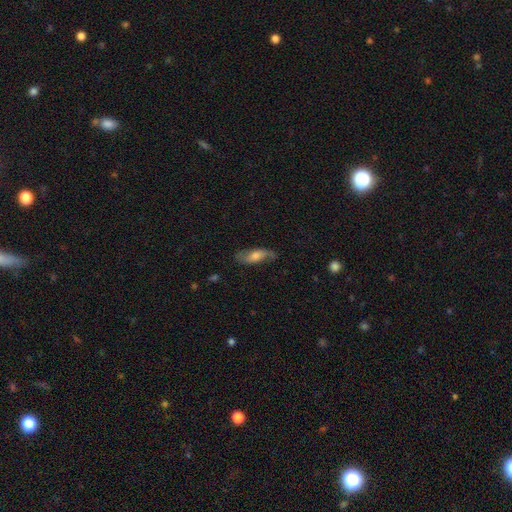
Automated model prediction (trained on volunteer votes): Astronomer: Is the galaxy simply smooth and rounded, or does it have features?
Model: featured or disk — 52% (runner-up: smooth, 41%).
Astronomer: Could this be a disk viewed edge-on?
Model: no — 82%.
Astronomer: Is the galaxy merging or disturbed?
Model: none — 71%.